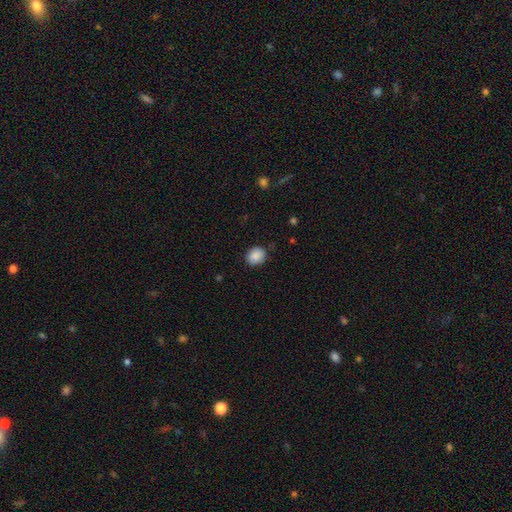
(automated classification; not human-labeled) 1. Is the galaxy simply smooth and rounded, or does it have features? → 88% smooth, 8% star or artifact, 3% featured or disk.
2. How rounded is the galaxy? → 68% round, 31% in between, 1% cigar-shaped.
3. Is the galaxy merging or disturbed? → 85% none, 11% minor disturbance, 3% major disturbance, 1% merger.